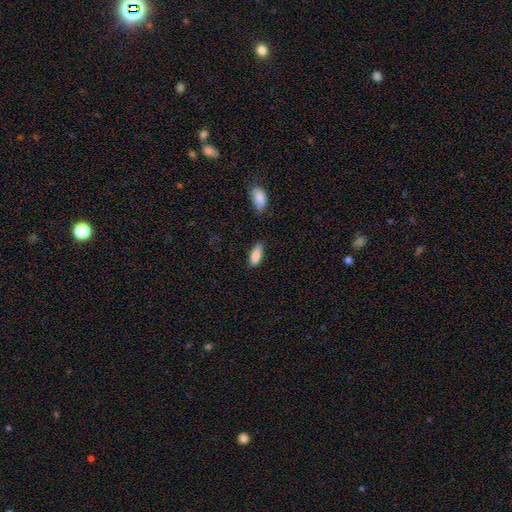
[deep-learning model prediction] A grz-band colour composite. It shows a smooth galaxy with no disk features (88%) that is in between round and cigar-shaped (77%). Merging: none (74%).